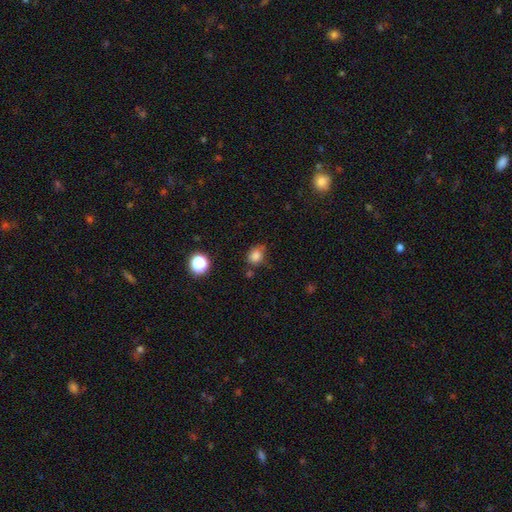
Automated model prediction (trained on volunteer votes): The model was most divided on "how rounded": round: 57%, in between: 42%, cigar-shaped: 1%. More confident: smooth or featured — smooth (81%); merging — none (65%).